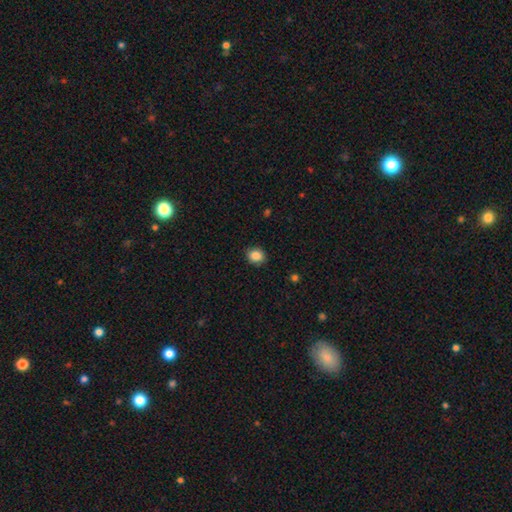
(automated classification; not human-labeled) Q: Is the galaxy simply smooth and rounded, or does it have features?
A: smooth — 86%.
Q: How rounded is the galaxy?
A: round — 72%.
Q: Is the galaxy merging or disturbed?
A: none — 88%.